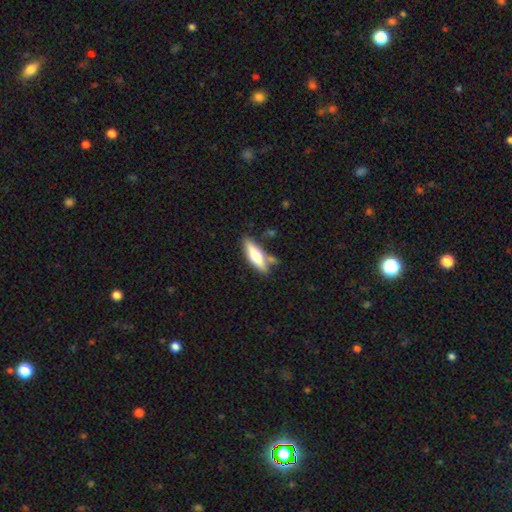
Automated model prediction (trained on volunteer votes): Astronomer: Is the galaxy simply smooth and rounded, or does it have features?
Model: smooth — 53% (runner-up: featured or disk, 41%).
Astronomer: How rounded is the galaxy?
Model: cigar-shaped — 54% (runner-up: in between, 44%).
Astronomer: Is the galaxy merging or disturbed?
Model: none — 72%.